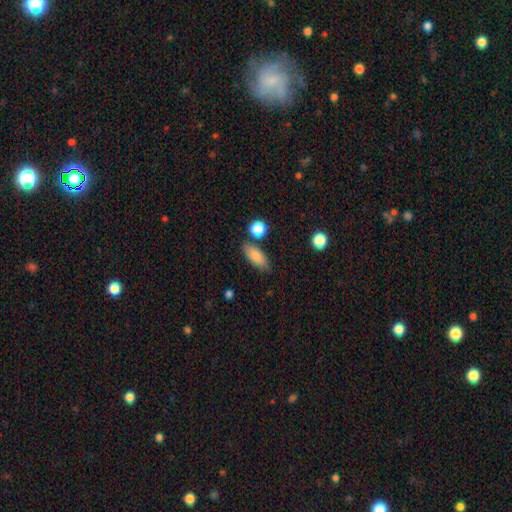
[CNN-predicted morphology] Smooth or featured: smooth — 84% (featured or disk — 9%)
How rounded: in between — 79% (cigar-shaped — 18%)
Merging: none — 79% (minor disturbance — 12%)